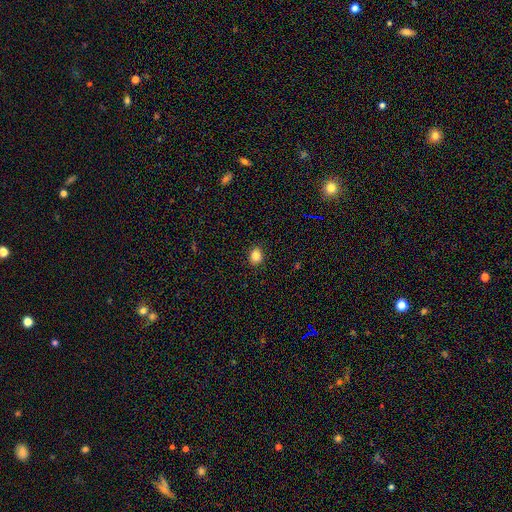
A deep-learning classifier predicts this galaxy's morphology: Smooth or featured? Predicted: smooth (p=0.84). How rounded? Predicted: round (p=0.55). Merging? Predicted: none (p=0.90).